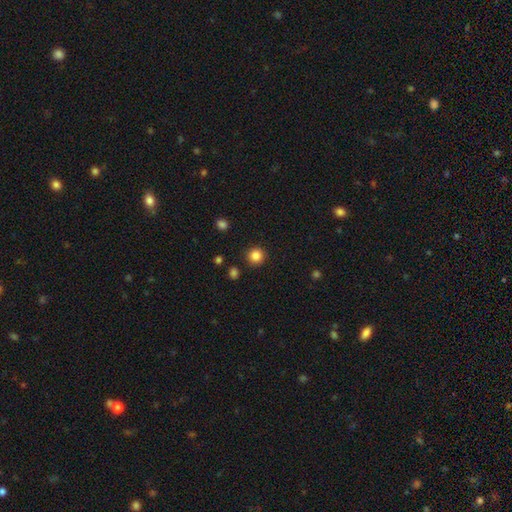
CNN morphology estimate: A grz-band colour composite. It shows a smooth galaxy with no disk features (85%) that is round (95%). Merging: none (91%).